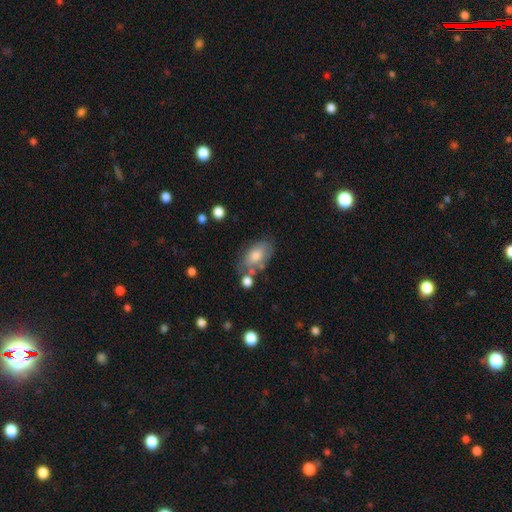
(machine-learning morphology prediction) The model was most divided on "merging": none: 59%, minor disturbance: 21%, merger: 12%, major disturbance: 8%. More confident: how rounded — in between (91%); smooth or featured — smooth (72%).